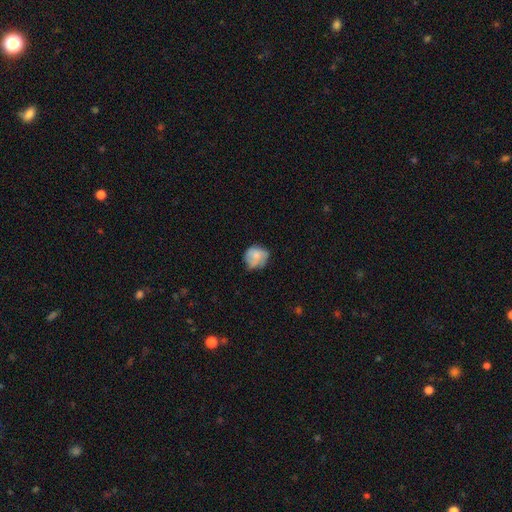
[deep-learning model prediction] A smooth galaxy with no disk features (62%) that is round (77%). Merging: none (61%).